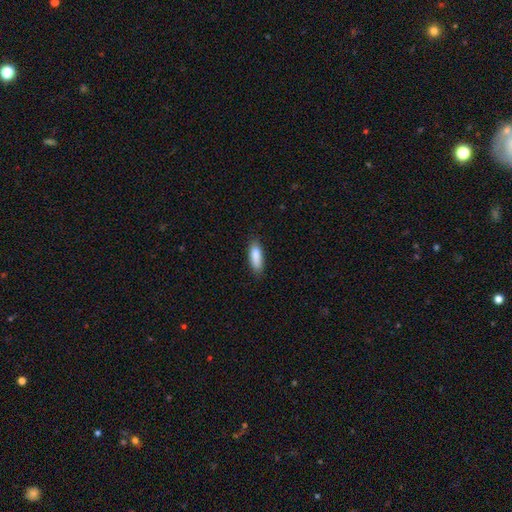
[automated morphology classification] Smooth or featured? Predicted: smooth (p=0.88). How rounded? Predicted: in between (p=0.63). Merging? Predicted: none (p=0.82).